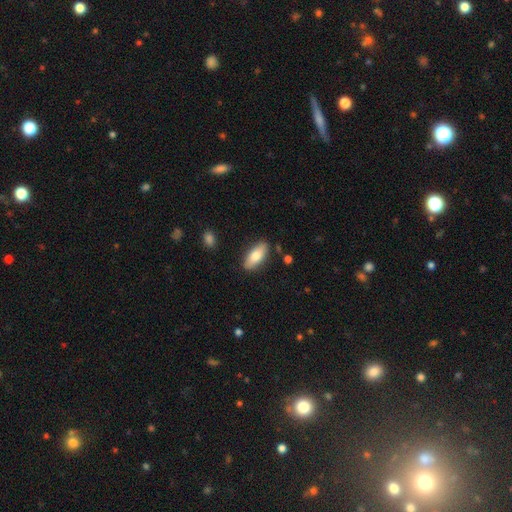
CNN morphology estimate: A smooth galaxy with no disk features (78%) that is in between round and cigar-shaped (79%).

Vote fractions:
- Smooth or featured? smooth: 78% / featured or disk: 16% / star or artifact: 6%
- How rounded? in between: 79% / cigar-shaped: 18% / round: 2%
- Merging? none: 86% / minor disturbance: 10% / major disturbance: 2% / merger: 2%